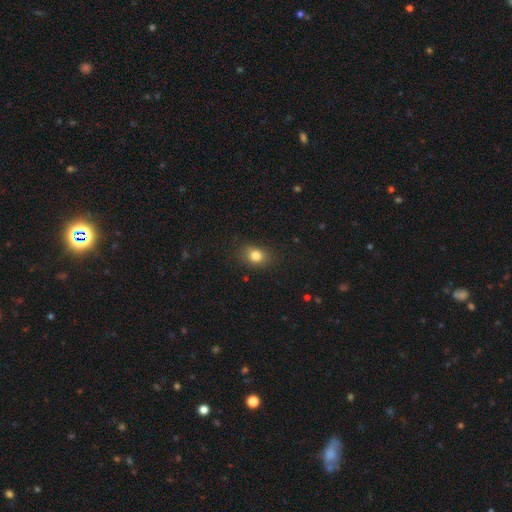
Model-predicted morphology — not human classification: The model was most divided on "how rounded": in between: 58%, round: 41%, cigar-shaped: 1%. More confident: merging — none (82%); smooth or featured — smooth (81%).